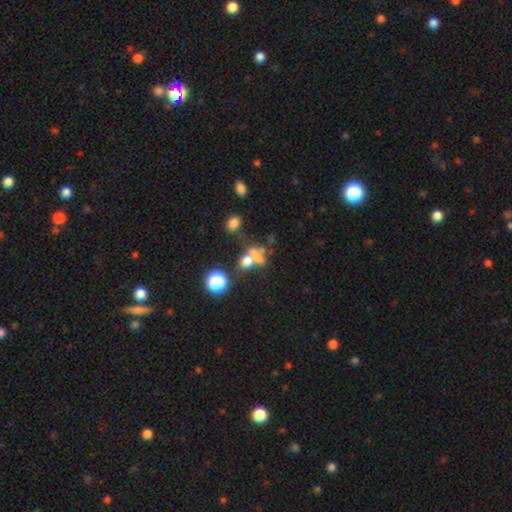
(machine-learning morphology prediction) A smooth galaxy with no disk features (57%) that is in between round and cigar-shaped (50%).

Vote fractions:
- Smooth or featured? smooth: 57% / star or artifact: 25% / featured or disk: 19%
- How rounded? in between: 50% / round: 37% / cigar-shaped: 13%
- Merging? merger: 46% / none: 33% / major disturbance: 10% / minor disturbance: 10%